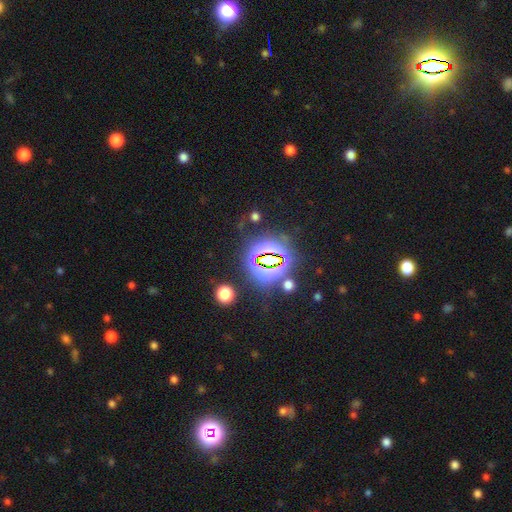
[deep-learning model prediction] Smooth or featured: star or artifact — 83% (smooth — 9%)